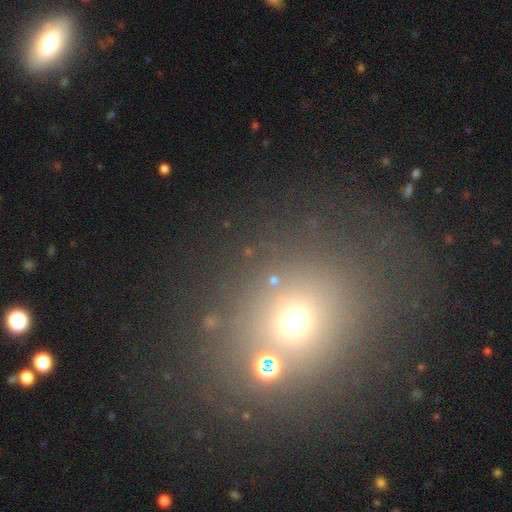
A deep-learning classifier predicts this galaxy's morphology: This appears to be a smooth galaxy with no disk features (54%) that is round (71%). Merging: none (70%).